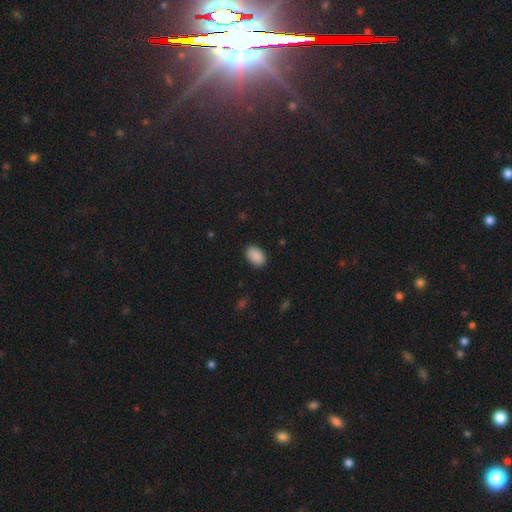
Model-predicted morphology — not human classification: Smooth or featured?
  - smooth: 90% *
  - star or artifact: 7%
  - featured or disk: 3%
How rounded?
  - in between: 88% *
  - round: 11%
  - cigar-shaped: 1%
Merging?
  - none: 87% *
  - minor disturbance: 9%
  - major disturbance: 2%
  - merger: 1%